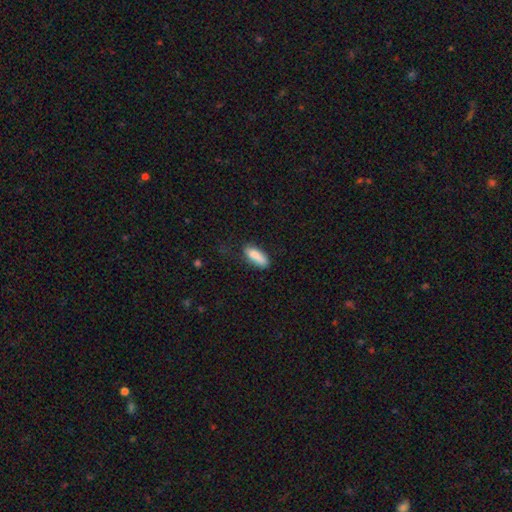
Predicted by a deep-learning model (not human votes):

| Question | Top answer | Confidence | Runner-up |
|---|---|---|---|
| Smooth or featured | smooth | 83% | featured or disk (10%) |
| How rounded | in between | 67% | cigar-shaped (31%) |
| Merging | none | 62% | minor disturbance (26%) |